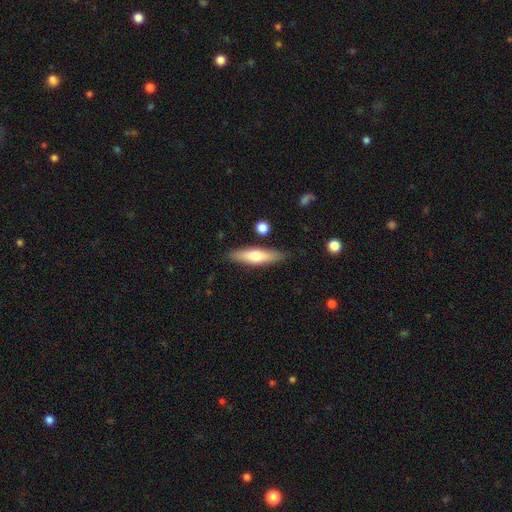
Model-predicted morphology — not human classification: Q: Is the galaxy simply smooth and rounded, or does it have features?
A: smooth — 57%.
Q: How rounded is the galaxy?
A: cigar-shaped — 71%.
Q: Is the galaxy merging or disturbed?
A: none — 84%.